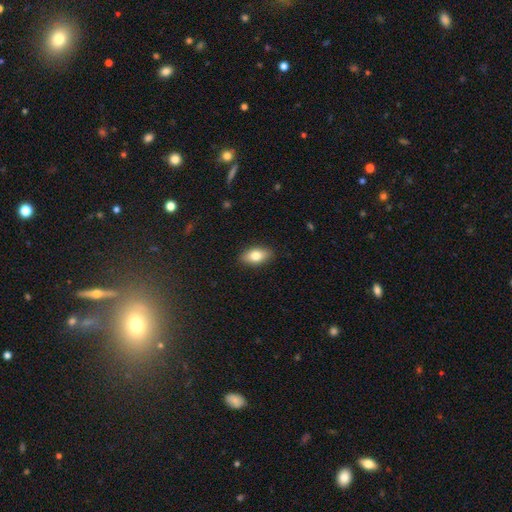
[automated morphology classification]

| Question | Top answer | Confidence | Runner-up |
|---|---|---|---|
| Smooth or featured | smooth | 80% | featured or disk (13%) |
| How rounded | in between | 89% | round (6%) |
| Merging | none | 88% | minor disturbance (9%) |